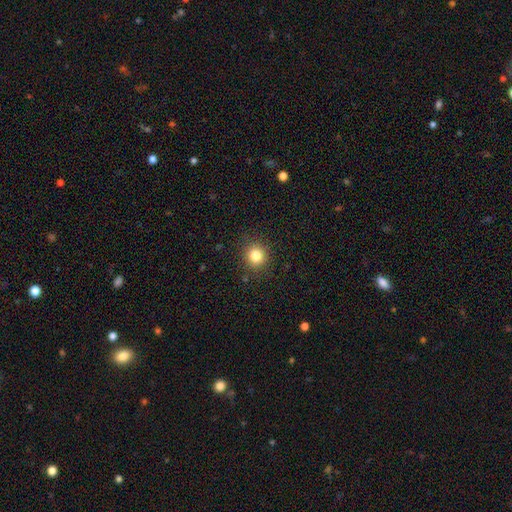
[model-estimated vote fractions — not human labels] smooth 82%, star or artifact 12%, featured or disk 6%. Down the decision tree: how rounded — round (90%); merging — none (89%).